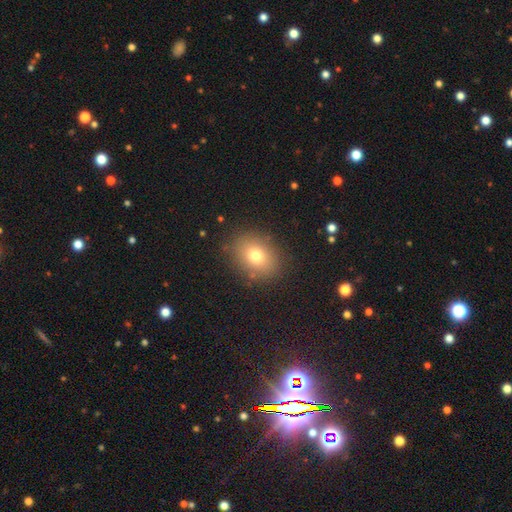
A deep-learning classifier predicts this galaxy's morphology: Overall: smooth (76%). How rounded: in between (59%; round 40%). Merging: none (85%).